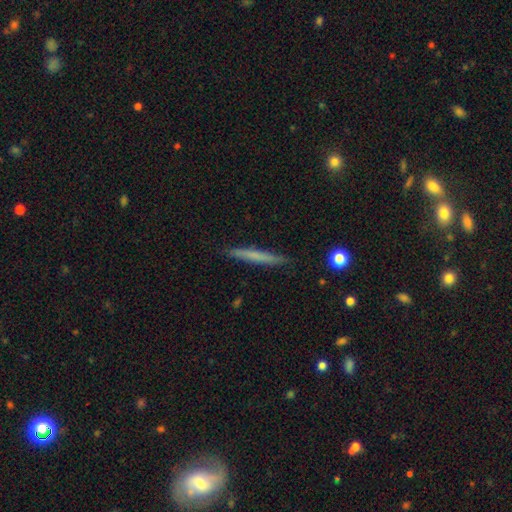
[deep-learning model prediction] Overall: smooth (59%; featured or disk 35%). How rounded: cigar-shaped (96%). Merging: none (90%).